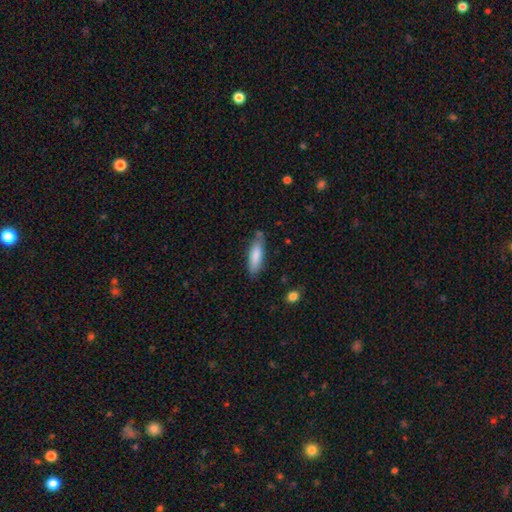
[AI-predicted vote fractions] Overall: smooth (82%). How rounded: cigar-shaped (54%; in between 45%). Merging: none (75%).